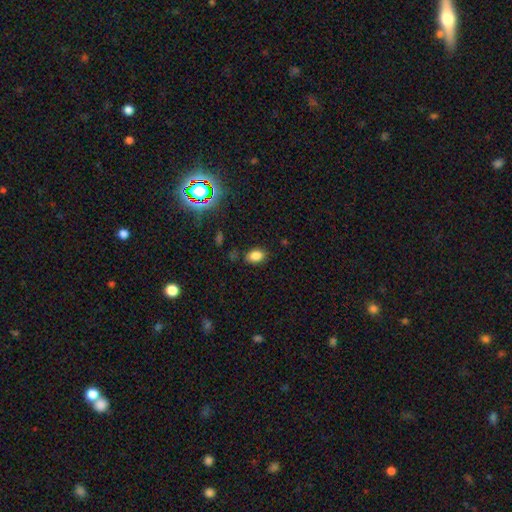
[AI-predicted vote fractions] smooth-or-featured: smooth: 83% | star or artifact: 11% | featured or disk: 5%
  how-rounded: in between: 83% | round: 15% | cigar-shaped: 2%
  merging: none: 82% | minor disturbance: 13% | major disturbance: 3% | merger: 2%